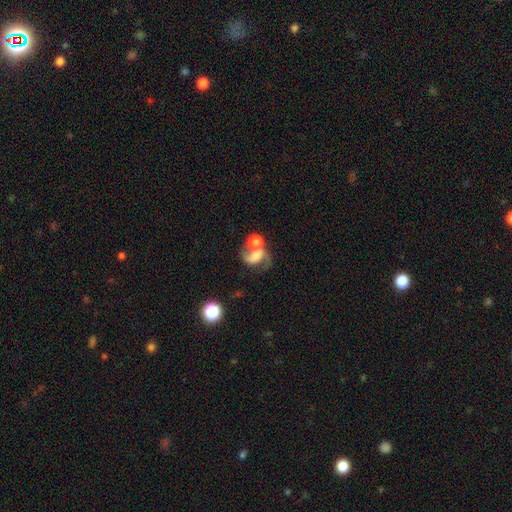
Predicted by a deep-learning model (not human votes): A featured or disk galaxy (58%) with no bar (45%), spiral arms (85%) and no central bulge (30%).

Vote fractions:
- Smooth or featured? featured or disk: 58% / smooth: 30% / star or artifact: 12%
- Edge-on disk? no: 97% / yes: 3%
- Bar? no: 45% / weak: 33% / strong: 22%
- Spiral arms? yes: 85% / no: 15%
- Bulge size? none: 30% / moderate: 21% / large: 21% / small: 19% / dominant: 9%
- Merging? merger: 37% / none: 34% / major disturbance: 15% / minor disturbance: 14%